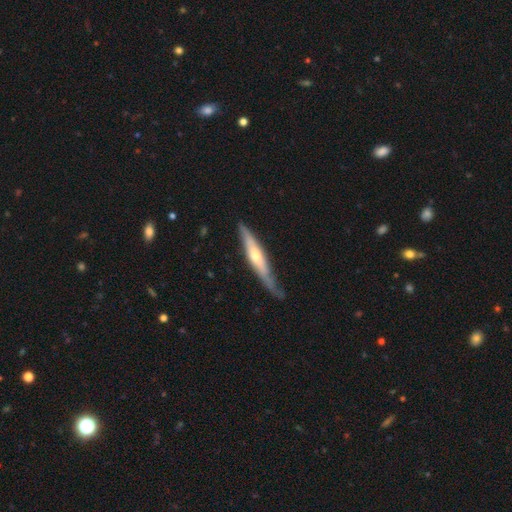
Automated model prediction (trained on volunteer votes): A featured or disk galaxy (62%) viewed edge-on (83%) with a rounded central bulge (76%). Merging: none (63%).